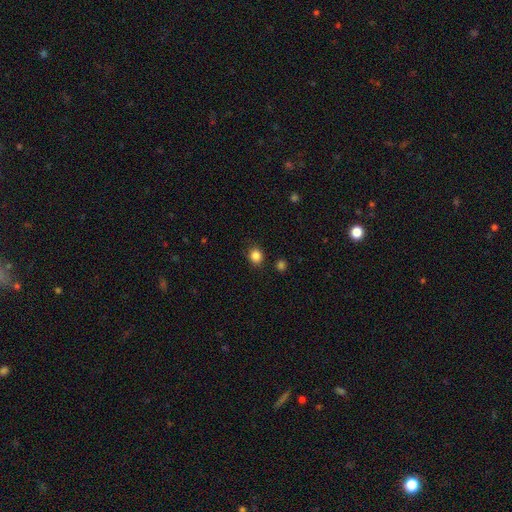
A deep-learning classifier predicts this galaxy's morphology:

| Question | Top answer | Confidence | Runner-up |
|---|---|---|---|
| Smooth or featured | smooth | 84% | star or artifact (12%) |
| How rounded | round | 79% | in between (20%) |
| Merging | none | 87% | minor disturbance (9%) |